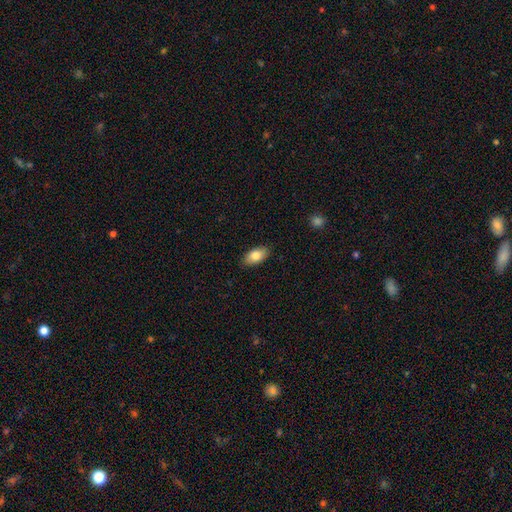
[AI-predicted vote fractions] smooth-or-featured: smooth: 81% | featured or disk: 12% | star or artifact: 7%
  how-rounded: in between: 92% | round: 4% | cigar-shaped: 4%
  merging: none: 88% | minor disturbance: 9% | major disturbance: 2% | merger: 1%